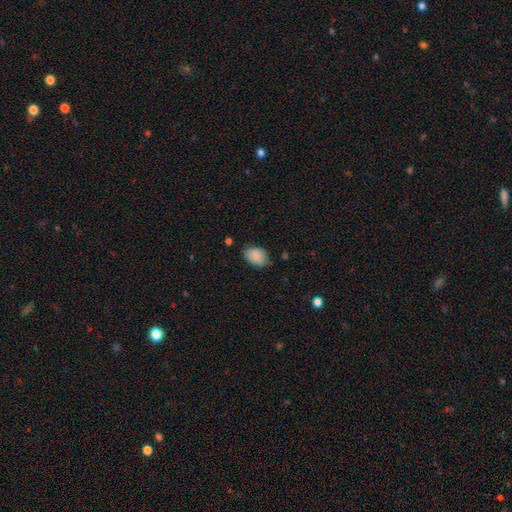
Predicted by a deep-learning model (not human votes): A smooth galaxy with no disk features (88%) that is in between round and cigar-shaped (81%).

Vote fractions:
- Smooth or featured? smooth: 88% / star or artifact: 7% / featured or disk: 5%
- How rounded? in between: 81% / round: 18% / cigar-shaped: 1%
- Merging? none: 71% / minor disturbance: 24% / major disturbance: 4% / merger: 2%